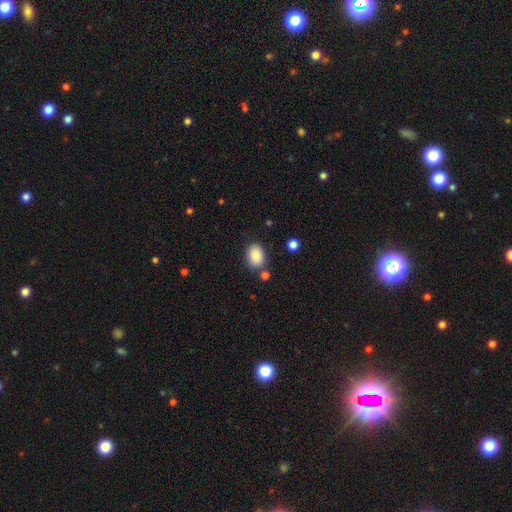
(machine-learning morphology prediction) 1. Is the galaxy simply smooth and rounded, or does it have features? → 87% smooth, 8% star or artifact, 6% featured or disk.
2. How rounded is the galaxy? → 76% in between, 23% round, 1% cigar-shaped.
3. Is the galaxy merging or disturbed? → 79% none, 12% minor disturbance, 6% merger, 3% major disturbance.